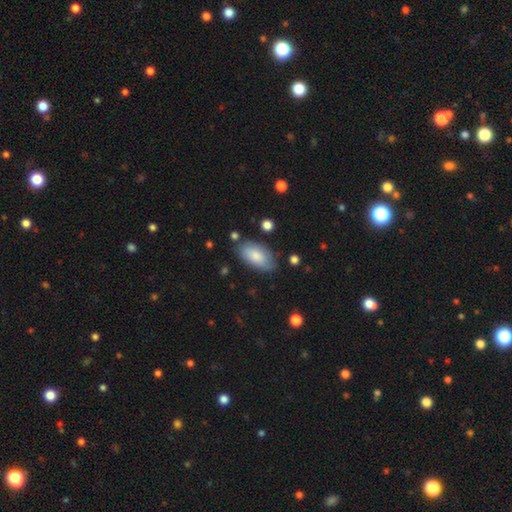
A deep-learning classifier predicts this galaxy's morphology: Q: Smooth or featured?
A: smooth (82%); runner-up: featured or disk (13%)
Q: How rounded?
A: in between (94%); runner-up: cigar-shaped (4%)
Q: Merging?
A: none (77%); runner-up: minor disturbance (17%)